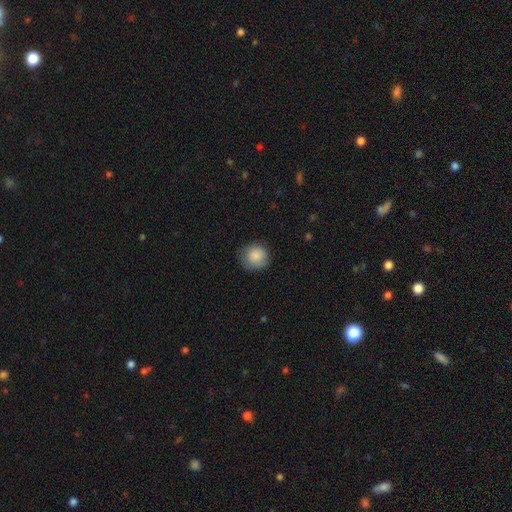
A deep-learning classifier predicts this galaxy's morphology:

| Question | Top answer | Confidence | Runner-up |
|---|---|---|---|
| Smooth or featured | smooth | 87% | star or artifact (8%) |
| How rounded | round | 89% | in between (10%) |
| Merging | none | 80% | minor disturbance (16%) |